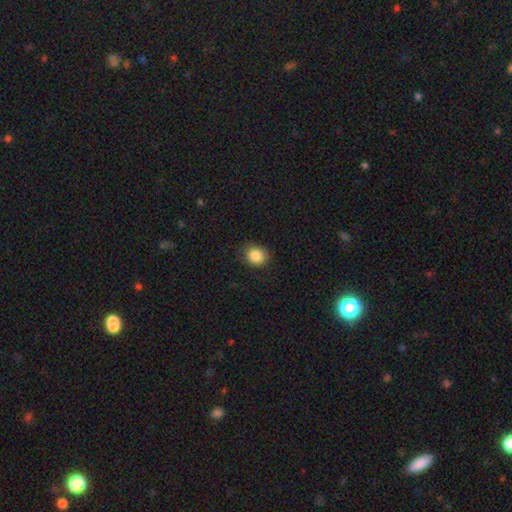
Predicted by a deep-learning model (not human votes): Smooth or featured? smooth (86%)
How rounded? round (71%)
Merging? none (85%)